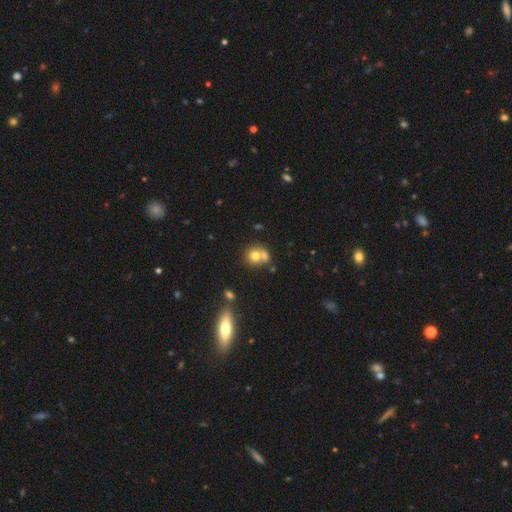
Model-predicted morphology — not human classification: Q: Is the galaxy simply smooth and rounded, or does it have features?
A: smooth — 72%.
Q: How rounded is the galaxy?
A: round — 79%.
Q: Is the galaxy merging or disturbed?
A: merger — 48%.